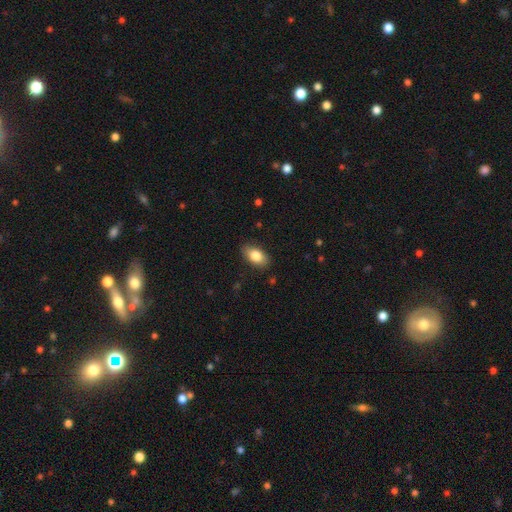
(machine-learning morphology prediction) This appears to be a smooth galaxy with no disk features (84%) that is in between round and cigar-shaped (91%). Merging: none (86%).